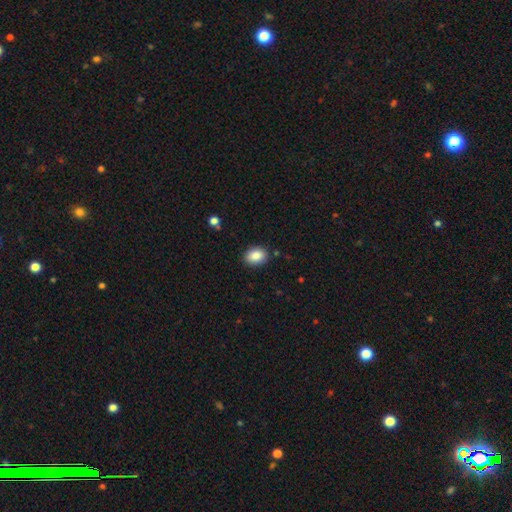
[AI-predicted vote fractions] smooth 87%, star or artifact 8%, featured or disk 5%. Down the decision tree: how rounded — in between (76%); merging — none (87%).